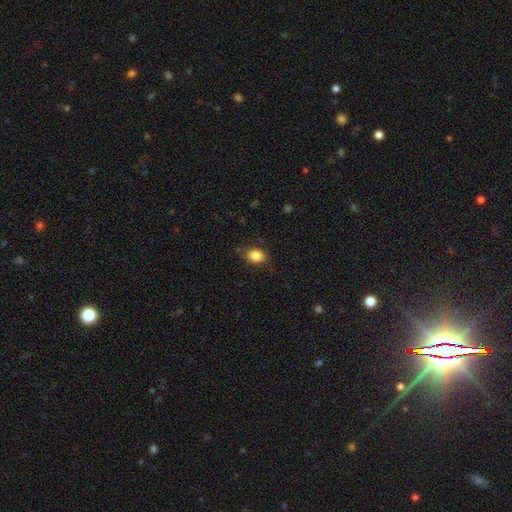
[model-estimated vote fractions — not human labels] Smooth or featured? Predicted: smooth (p=0.85). How rounded? Predicted: in between (p=0.58). Merging? Predicted: none (p=0.83).